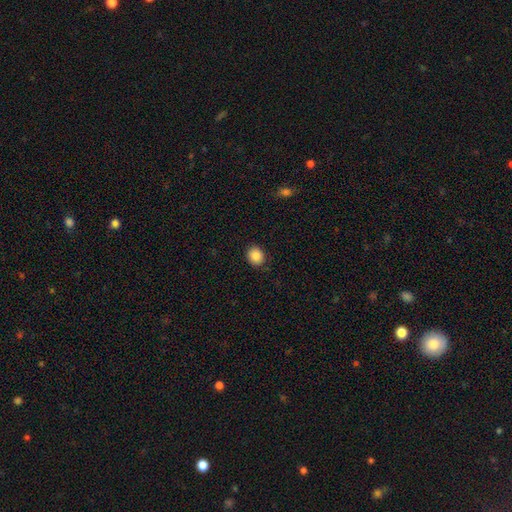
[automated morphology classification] A smooth galaxy with no disk features (87%) that is round (70%).

Vote fractions:
- Smooth or featured? smooth: 87% / star or artifact: 9% / featured or disk: 4%
- How rounded? round: 70% / in between: 29% / cigar-shaped: 1%
- Merging? none: 87% / minor disturbance: 9% / major disturbance: 2% / merger: 1%